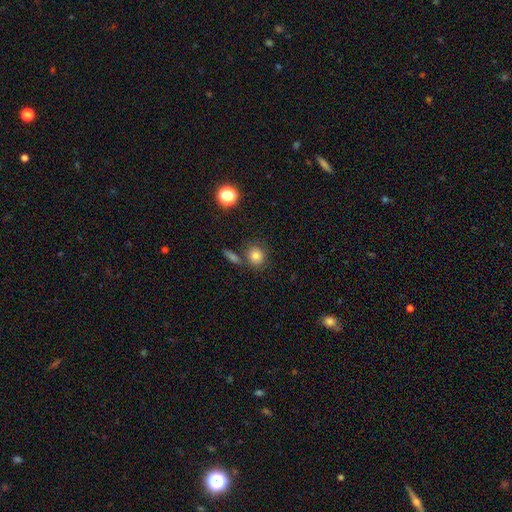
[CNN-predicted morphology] This appears to be a smooth galaxy with no disk features (79%) that is round (81%). Merging: none (71%).